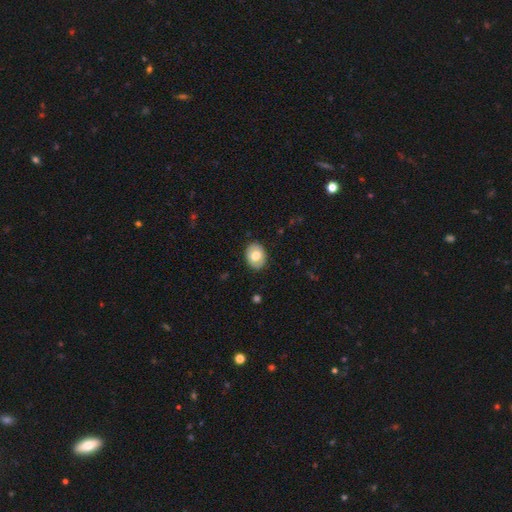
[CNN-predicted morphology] This is likely a smooth galaxy (69%). How rounded: likely in between (61%). Merging: clearly none (87%).